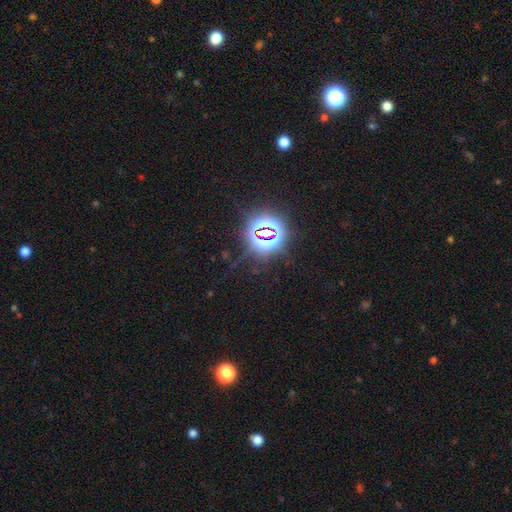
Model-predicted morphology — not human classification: This appears to be a star or artifact, not a galaxy (83%).